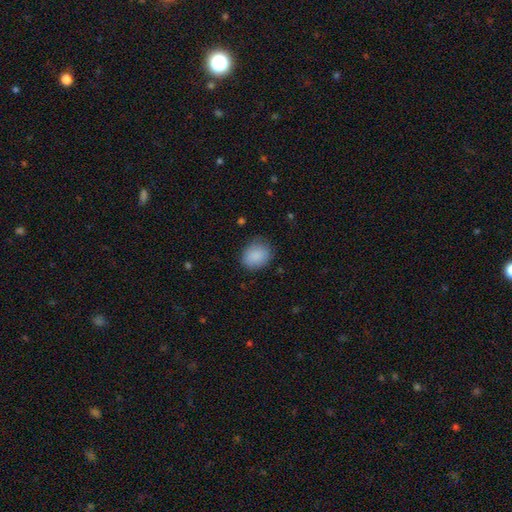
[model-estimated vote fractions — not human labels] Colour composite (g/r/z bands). It shows a smooth galaxy with no disk features (88%) that is round (53%). Merging: none (77%).